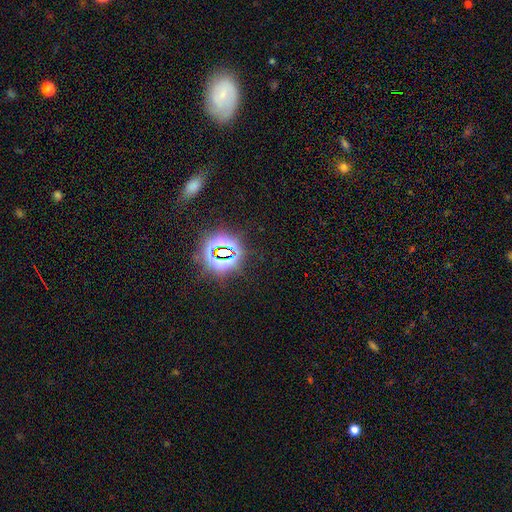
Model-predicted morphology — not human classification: Smooth or featured: star or artifact — 76% (smooth — 16%)